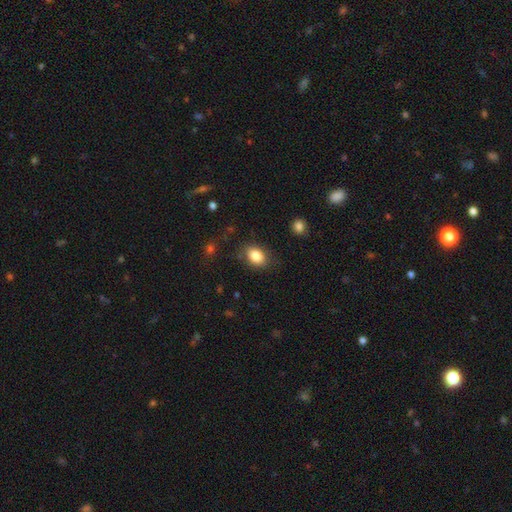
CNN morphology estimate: Smooth or featured?
  - smooth: 85% *
  - star or artifact: 8%
  - featured or disk: 7%
How rounded?
  - in between: 77% *
  - round: 21%
  - cigar-shaped: 1%
Merging?
  - none: 79% *
  - minor disturbance: 15%
  - major disturbance: 5%
  - merger: 2%